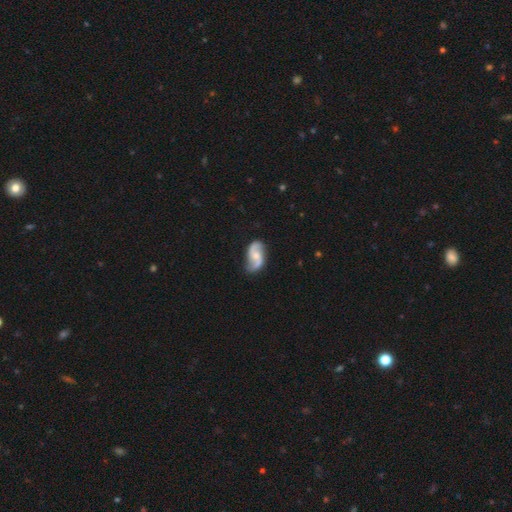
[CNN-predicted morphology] type=featured or disk (82%); edge-on=no (97%); bar=no (53%); spiral arms=yes (96%); winding=loose (59%); arm count=2 (92%); bulge=moderate (47%); merging=none (77%).